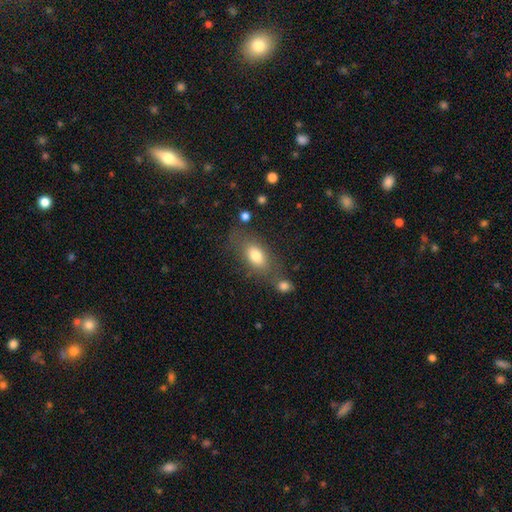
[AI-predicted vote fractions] smooth-or-featured: smooth: 78% | featured or disk: 14% | star or artifact: 8%
  how-rounded: in between: 86% | round: 8% | cigar-shaped: 6%
  merging: none: 60% | minor disturbance: 17% | merger: 14% | major disturbance: 8%